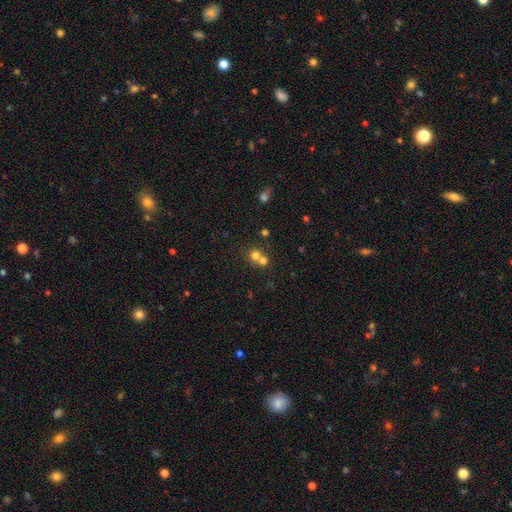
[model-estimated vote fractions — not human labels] This appears to be a smooth galaxy with no disk features (69%) that is round (85%). Merging: merger (51%).